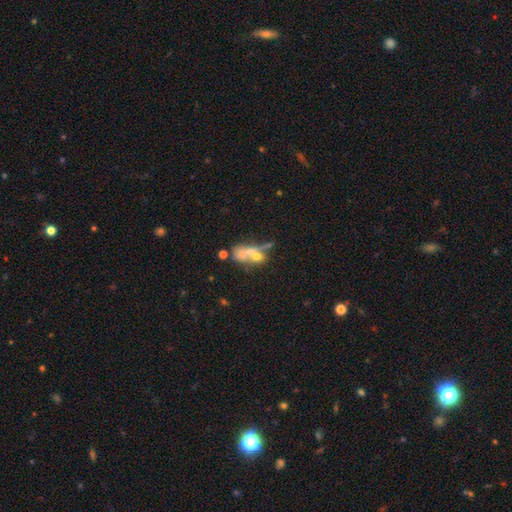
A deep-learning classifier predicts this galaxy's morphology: Smooth or featured? featured or disk (43%)
Merging? merger (43%)